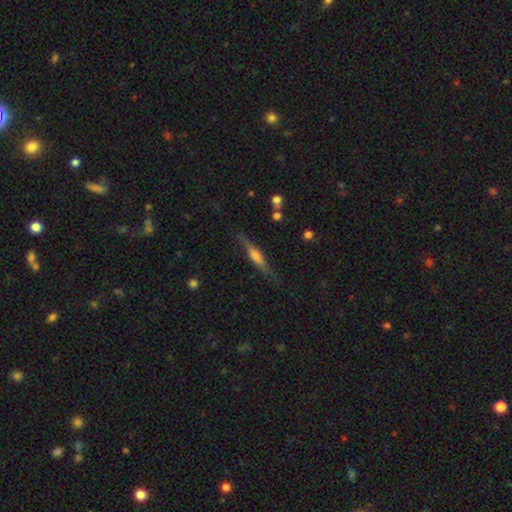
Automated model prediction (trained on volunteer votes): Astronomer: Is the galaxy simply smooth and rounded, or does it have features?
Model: featured or disk — 57% (runner-up: smooth, 35%).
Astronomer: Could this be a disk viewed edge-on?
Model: yes — 93%.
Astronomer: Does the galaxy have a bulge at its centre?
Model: rounded — 53% (runner-up: boxy, 31%).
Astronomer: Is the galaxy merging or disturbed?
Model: none — 78%.